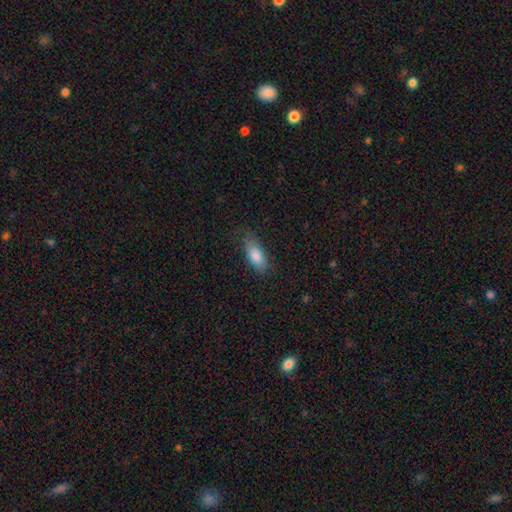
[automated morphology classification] This appears to be a smooth galaxy with no disk features (82%) that is in between round and cigar-shaped (82%). Merging: none (70%).